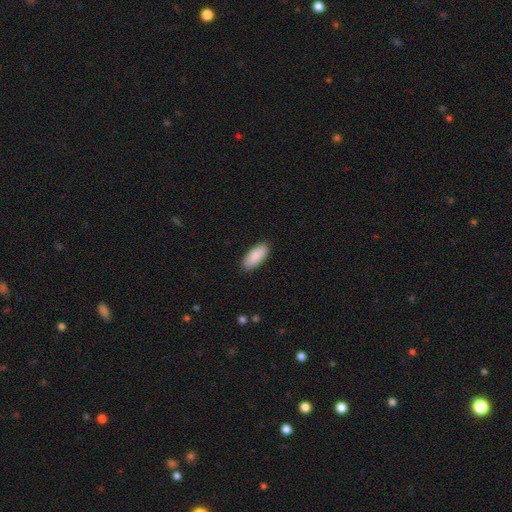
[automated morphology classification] Overall: smooth (90%). How rounded: in between (88%). Merging: none (89%).